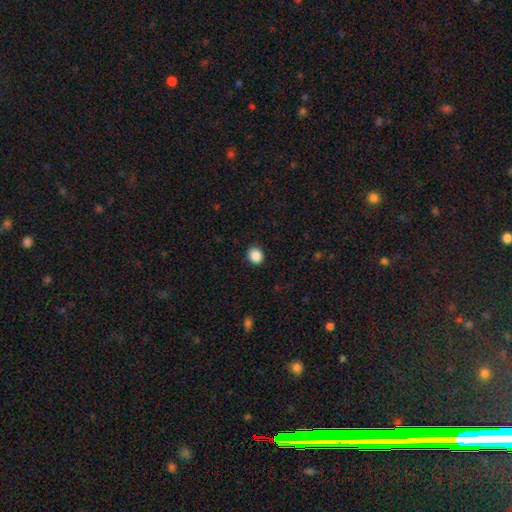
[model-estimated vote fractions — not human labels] Smooth or featured: smooth — 89% (star or artifact — 9%)
How rounded: round — 69% (in between — 30%)
Merging: none — 90% (minor disturbance — 7%)